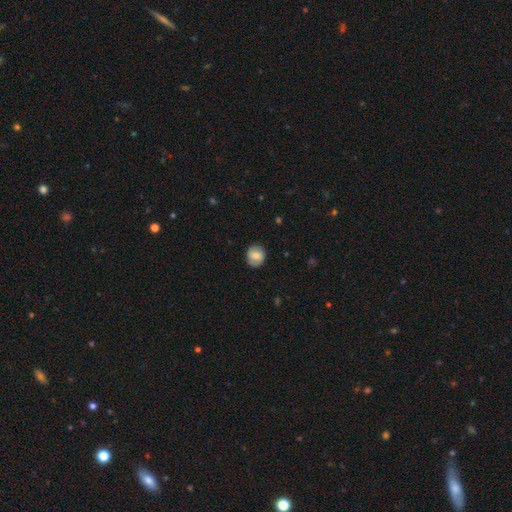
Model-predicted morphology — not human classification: Smooth or featured?
  - smooth: 71% *
  - featured or disk: 21%
  - star or artifact: 7%
How rounded?
  - round: 79% *
  - in between: 20%
  - cigar-shaped: 1%
Merging?
  - none: 83% *
  - minor disturbance: 13%
  - major disturbance: 3%
  - merger: 1%